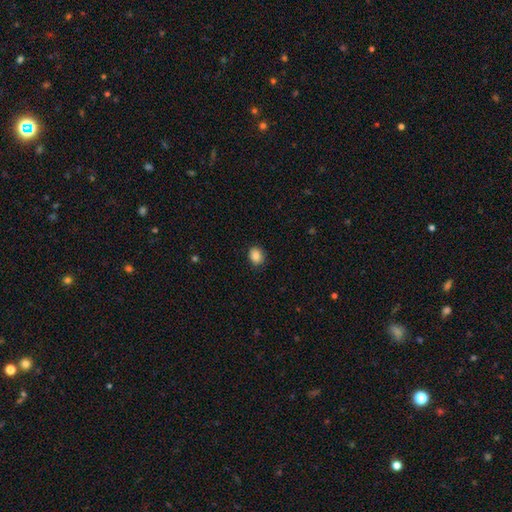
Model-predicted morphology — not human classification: The model was most divided on "how rounded": round: 59%, in between: 40%, cigar-shaped: 1%. More confident: merging — none (87%); smooth or featured — smooth (86%).